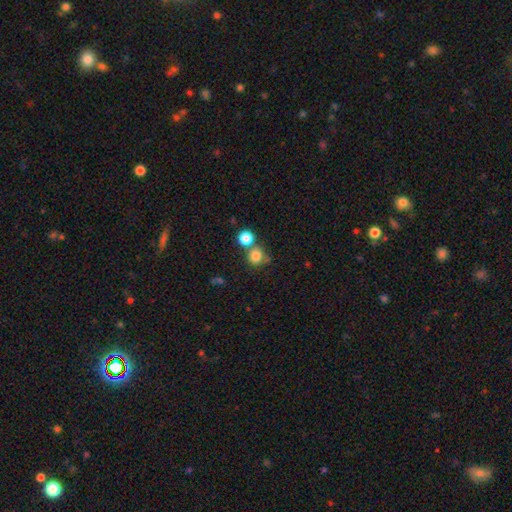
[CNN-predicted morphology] The model was most divided on "merging": none: 62%, merger: 24%, minor disturbance: 10%, major disturbance: 4%. More confident: how rounded — round (89%); smooth or featured — smooth (81%).